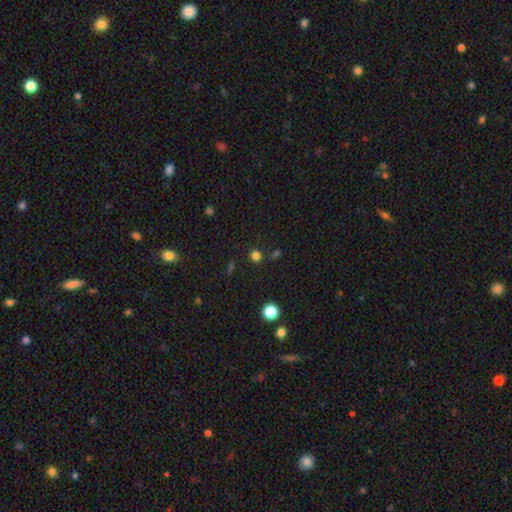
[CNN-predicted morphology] This is likely a smooth galaxy (73%). How rounded: clearly round (92%). Merging: clearly none (82%).